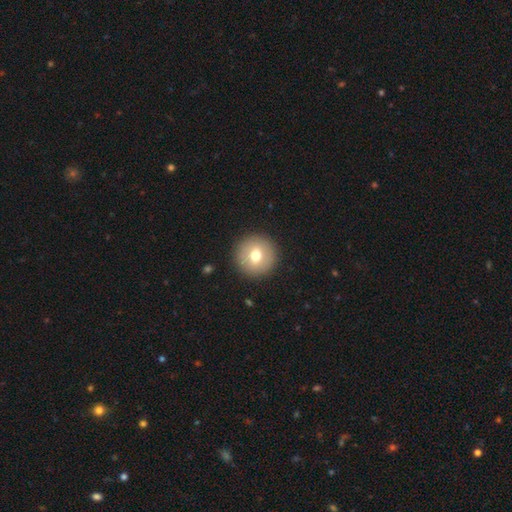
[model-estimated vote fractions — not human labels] smooth_or_featured: smooth (p=0.70) [alt: featured or disk p=0.21]
how_rounded: round (p=0.96) [alt: in between p=0.03]
merging: none (p=0.92) [alt: minor disturbance p=0.05]